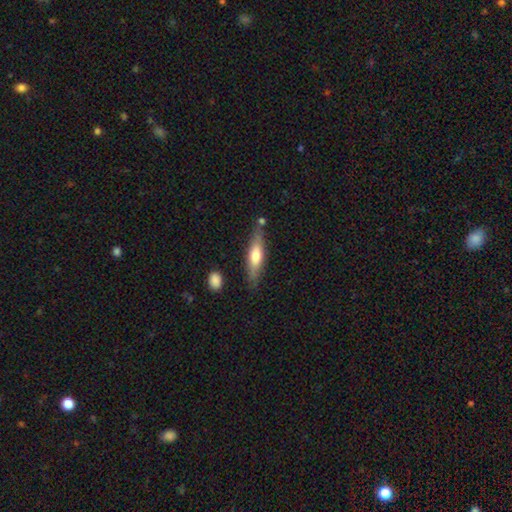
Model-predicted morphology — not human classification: Smooth or featured?
  - smooth: 54% *
  - featured or disk: 40%
  - star or artifact: 6%
How rounded?
  - cigar-shaped: 74% *
  - in between: 24%
  - round: 2%
Merging?
  - none: 75% *
  - minor disturbance: 15%
  - merger: 6%
  - major disturbance: 3%